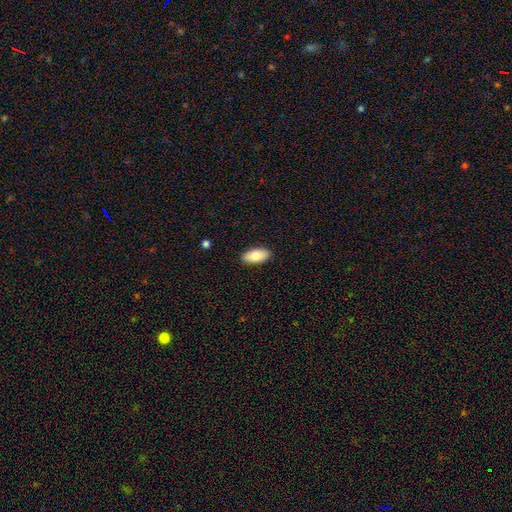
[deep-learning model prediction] Morphology: type=smooth (80%); roundness=in between (93%); merging=none (90%).